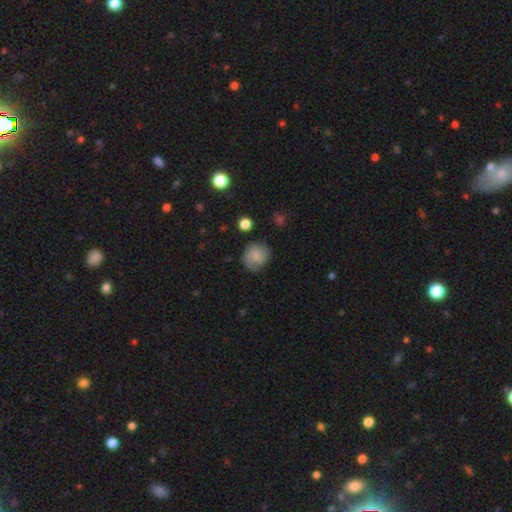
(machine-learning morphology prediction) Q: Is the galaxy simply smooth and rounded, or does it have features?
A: smooth — 72%.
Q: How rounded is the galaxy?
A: round — 79%.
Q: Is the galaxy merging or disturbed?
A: none — 73%.